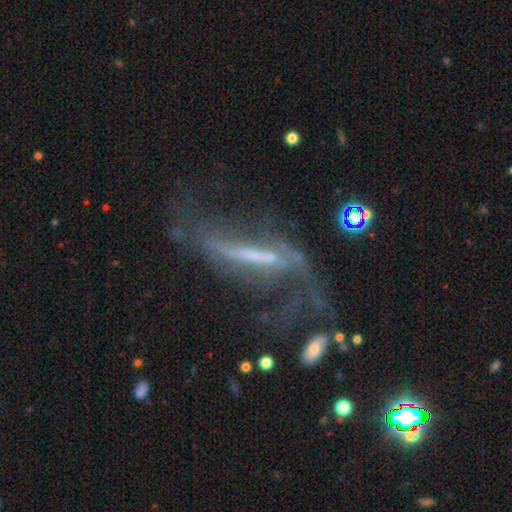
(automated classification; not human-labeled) This appears to be a featured or disk galaxy (76%) with a strong bar (64%), spiral arms (75%) and no central bulge (41%). Merging: major disturbance (36%).